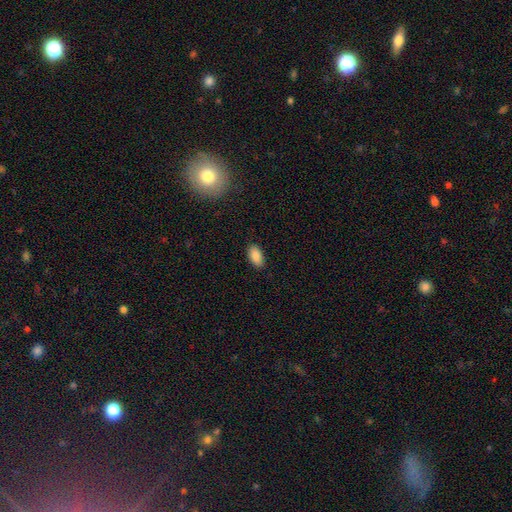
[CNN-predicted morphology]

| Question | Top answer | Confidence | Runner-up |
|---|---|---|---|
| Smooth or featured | smooth | 88% | star or artifact (7%) |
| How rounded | in between | 93% | cigar-shaped (4%) |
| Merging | none | 88% | minor disturbance (9%) |